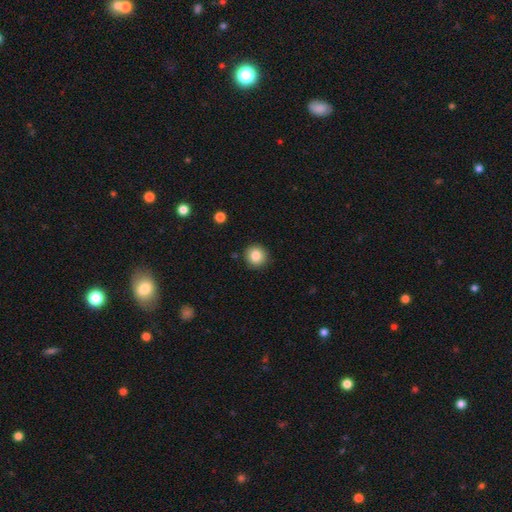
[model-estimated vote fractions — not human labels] A smooth galaxy with no disk features (85%) that is round (93%). Merging: none (90%).